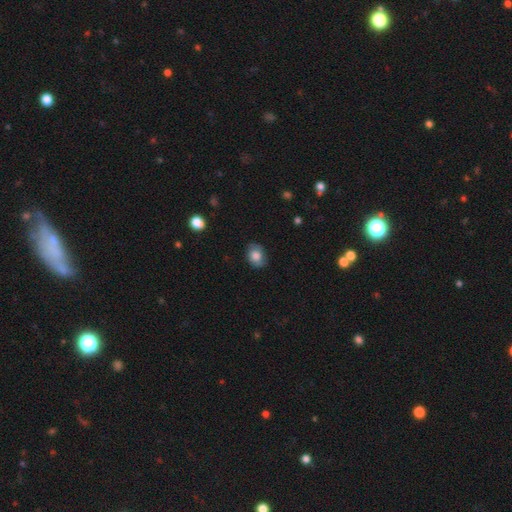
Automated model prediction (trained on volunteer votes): A smooth galaxy with no disk features (76%) that is in between round and cigar-shaped (67%).

Vote fractions:
- Smooth or featured? smooth: 76% / featured or disk: 16% / star or artifact: 8%
- How rounded? in between: 67% / round: 32% / cigar-shaped: 1%
- Merging? none: 79% / minor disturbance: 16% / major disturbance: 4% / merger: 1%